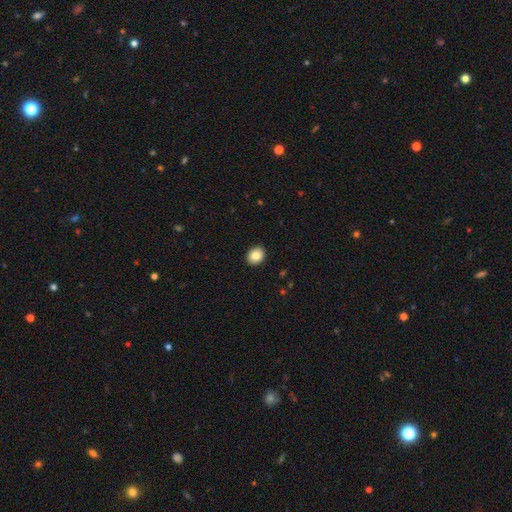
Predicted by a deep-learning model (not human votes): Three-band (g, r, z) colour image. It shows a smooth galaxy with no disk features (85%) that is round (59%). Merging: none (92%).